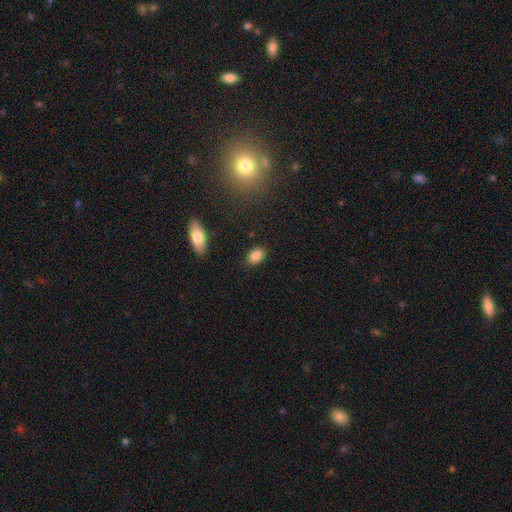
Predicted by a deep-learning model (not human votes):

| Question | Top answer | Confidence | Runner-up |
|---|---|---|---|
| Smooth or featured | smooth | 86% | star or artifact (8%) |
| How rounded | in between | 81% | round (17%) |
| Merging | none | 86% | minor disturbance (10%) |